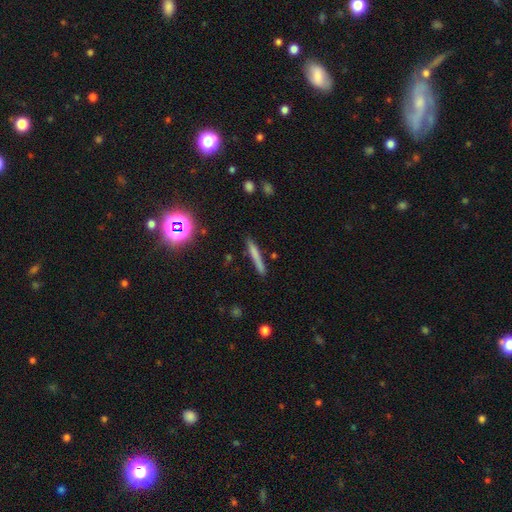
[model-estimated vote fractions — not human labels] Overall: smooth (67%). How rounded: cigar-shaped (94%). Merging: none (85%).